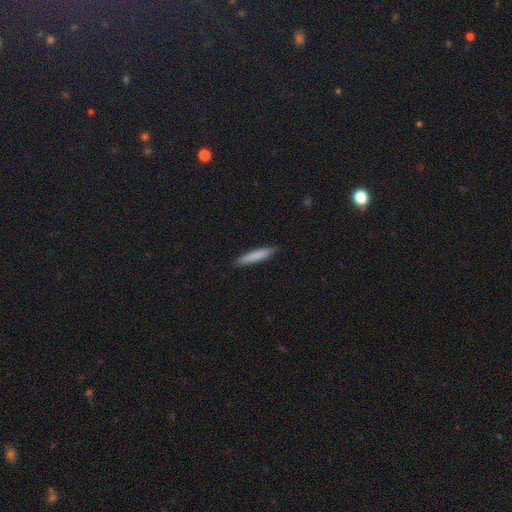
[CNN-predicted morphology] Overall: smooth (81%). How rounded: cigar-shaped (92%). Merging: none (89%).